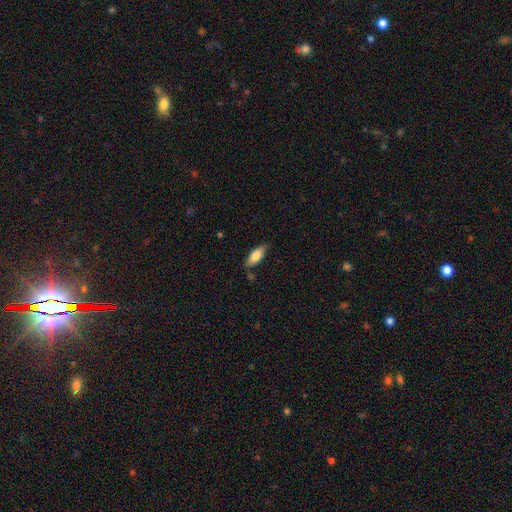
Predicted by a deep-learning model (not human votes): This appears to be a smooth galaxy with no disk features (77%) that is in between round and cigar-shaped (69%). Merging: none (77%).